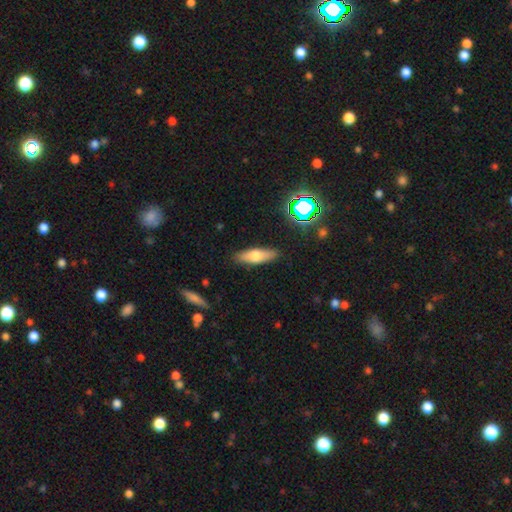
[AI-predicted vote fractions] smooth 63%, featured or disk 28%, star or artifact 9%. Down the decision tree: how rounded — in between (53%); merging — none (87%).